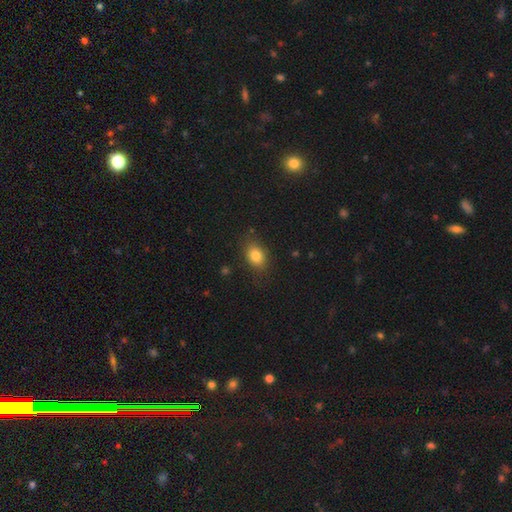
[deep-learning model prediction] smooth-or-featured: smooth: 82% | star or artifact: 10% | featured or disk: 8%
  how-rounded: in between: 73% | round: 25% | cigar-shaped: 2%
  merging: none: 81% | minor disturbance: 14% | major disturbance: 4% | merger: 1%